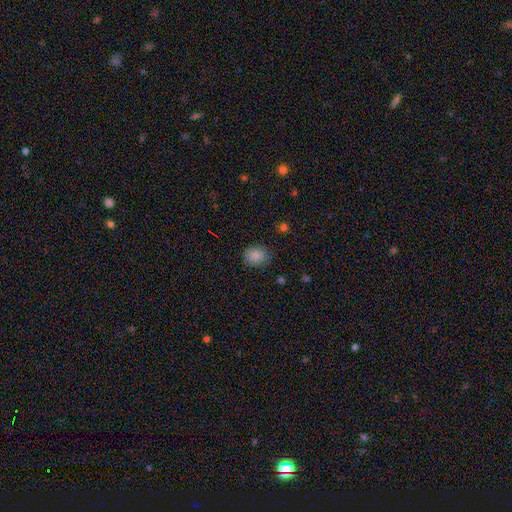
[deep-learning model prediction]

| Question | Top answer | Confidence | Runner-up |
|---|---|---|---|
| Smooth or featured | smooth | 86% | star or artifact (10%) |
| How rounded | round | 69% | in between (30%) |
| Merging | none | 82% | minor disturbance (13%) |